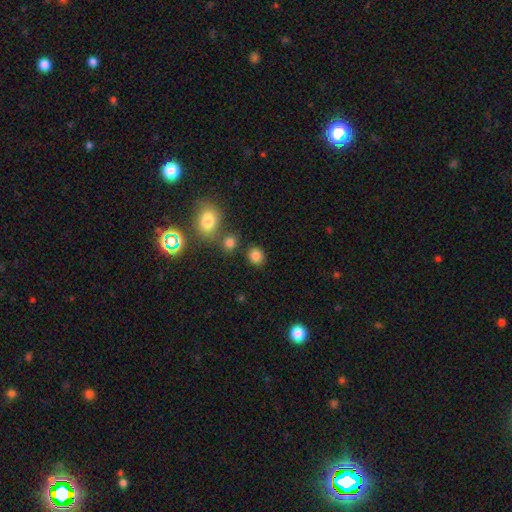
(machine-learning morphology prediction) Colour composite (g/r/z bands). It shows a smooth galaxy with no disk features (83%) that is round (72%). Merging: none (81%).